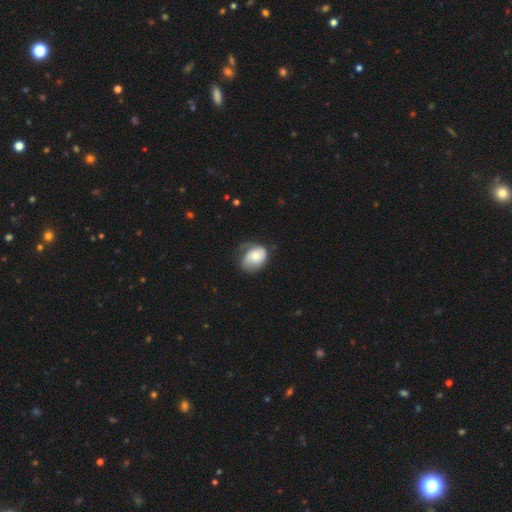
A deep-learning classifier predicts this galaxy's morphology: Smooth or featured? Predicted: smooth (p=0.52). How rounded? Predicted: in between (p=0.58). Merging? Predicted: none (p=0.40).